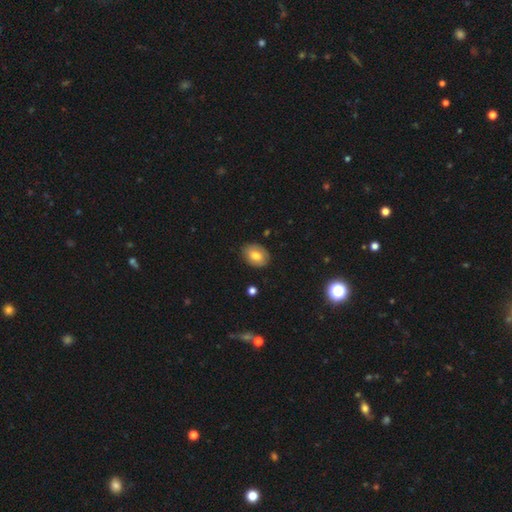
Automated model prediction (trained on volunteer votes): smooth-or-featured: smooth: 75% | featured or disk: 17% | star or artifact: 8%
  how-rounded: in between: 69% | round: 30% | cigar-shaped: 1%
  merging: none: 84% | minor disturbance: 13% | major disturbance: 2% | merger: 1%